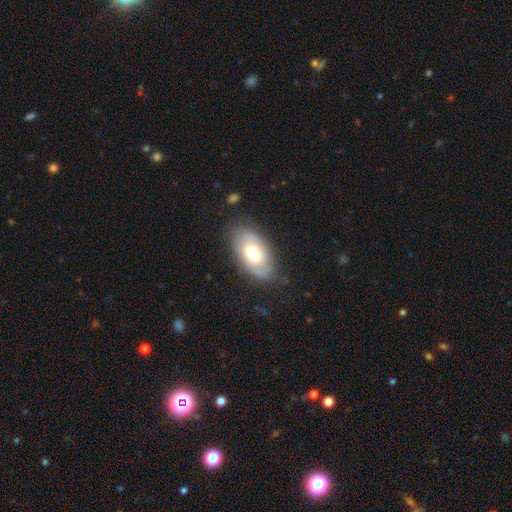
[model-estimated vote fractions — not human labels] The model was most divided on "smooth or featured": smooth: 59%, featured or disk: 34%, star or artifact: 7%. More confident: how rounded — in between (93%); merging — none (69%).